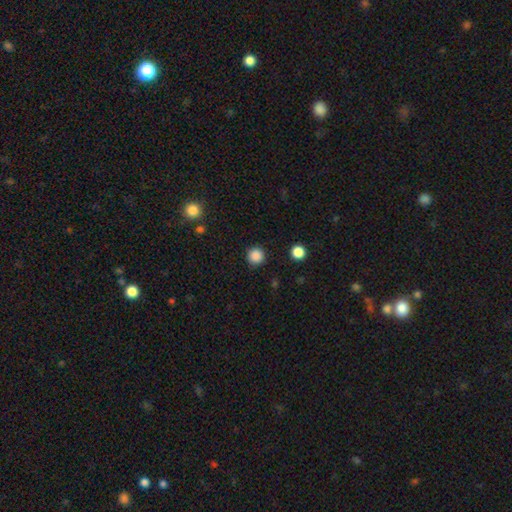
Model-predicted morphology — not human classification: This appears to be a smooth galaxy with no disk features (86%) that is round (95%). Merging: none (91%).